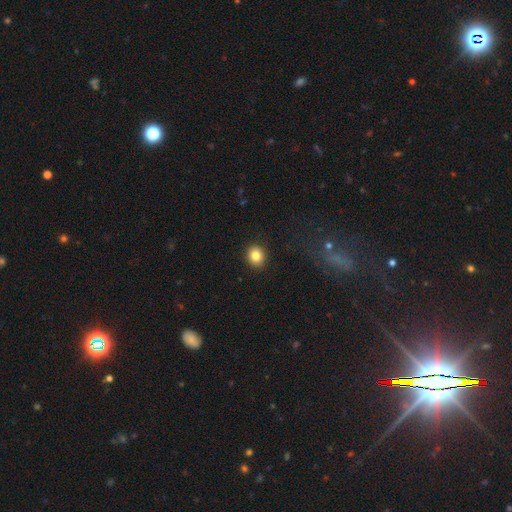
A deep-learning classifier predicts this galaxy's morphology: smooth 84%, star or artifact 10%, featured or disk 6%. Down the decision tree: how rounded — round (75%); merging — none (91%).